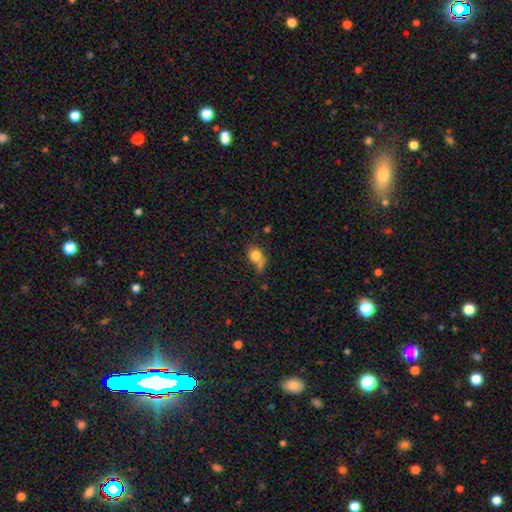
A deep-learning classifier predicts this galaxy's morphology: The model was most divided on "merging": none: 39%, merger: 24%, minor disturbance: 21%, major disturbance: 16%. More confident: smooth or featured — smooth (77%); how rounded — round (66%).